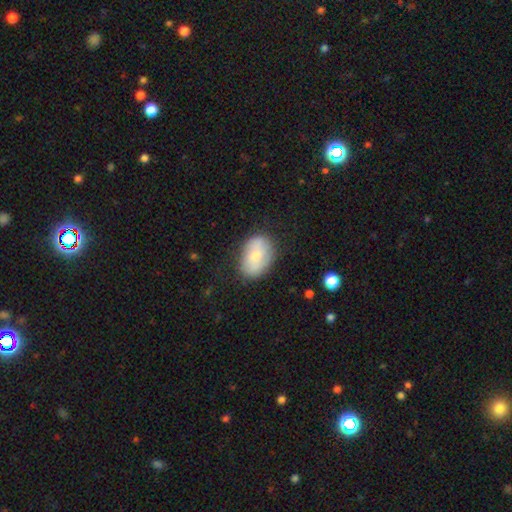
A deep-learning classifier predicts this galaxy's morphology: A smooth galaxy with no disk features (66%) that is in between round and cigar-shaped (81%).

Vote fractions:
- Smooth or featured? smooth: 66% / featured or disk: 27% / star or artifact: 7%
- How rounded? in between: 81% / round: 18% / cigar-shaped: 1%
- Merging? none: 76% / minor disturbance: 17% / major disturbance: 5% / merger: 2%